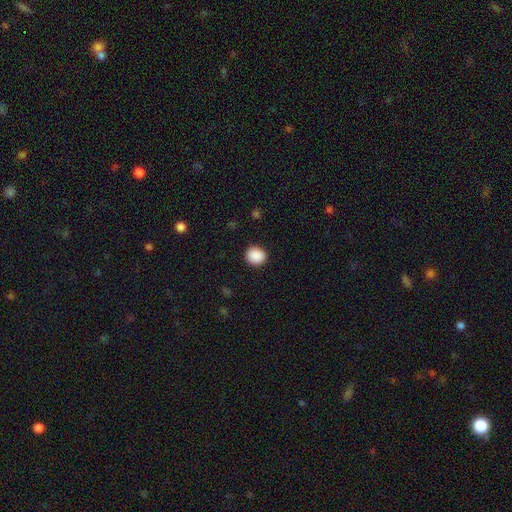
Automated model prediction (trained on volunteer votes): Smooth or featured? Predicted: smooth (p=0.89). How rounded? Predicted: round (p=0.82). Merging? Predicted: none (p=0.90).